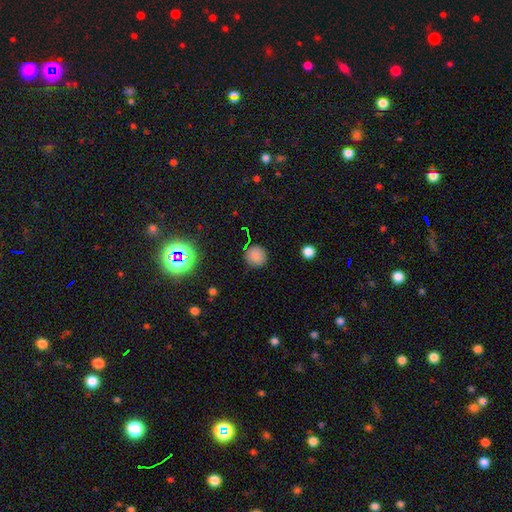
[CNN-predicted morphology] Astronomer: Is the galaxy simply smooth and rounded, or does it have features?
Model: smooth — 79%.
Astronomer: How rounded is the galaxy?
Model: round — 91%.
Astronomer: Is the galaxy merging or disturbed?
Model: none — 85%.